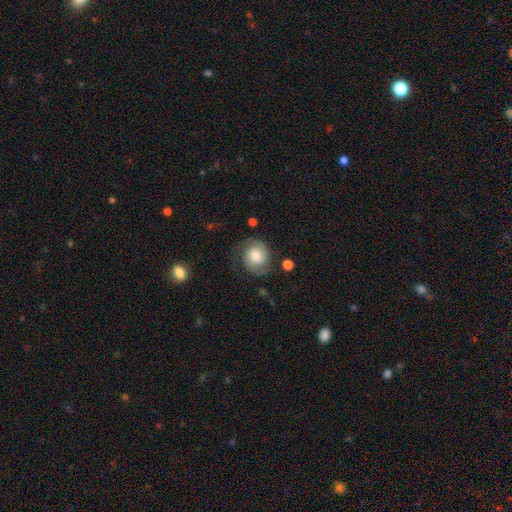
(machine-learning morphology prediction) This appears to be a featured or disk galaxy (53%) with no bar (71%), spiral arms (90%) and a moderate central bulge (48%). Merging: none (69%).